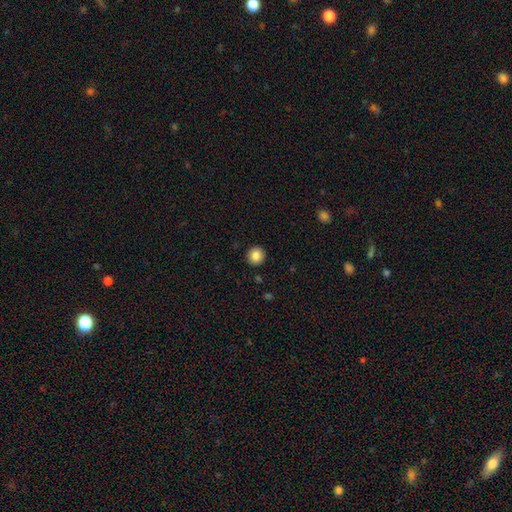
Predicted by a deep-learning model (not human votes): This appears to be a smooth galaxy with no disk features (85%) that is round (93%). Merging: none (92%).